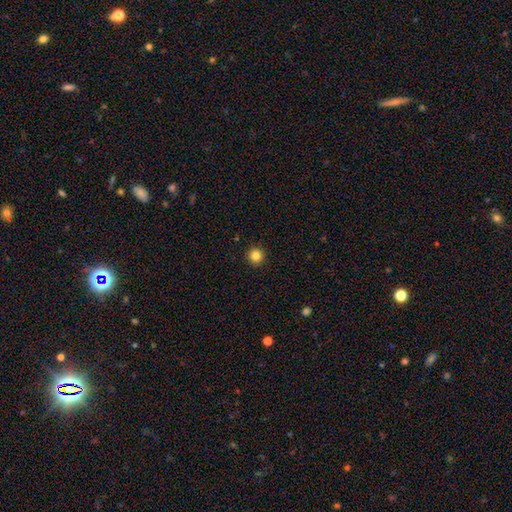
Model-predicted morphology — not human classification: A smooth galaxy with no disk features (84%) that is round (96%). Merging: none (93%).